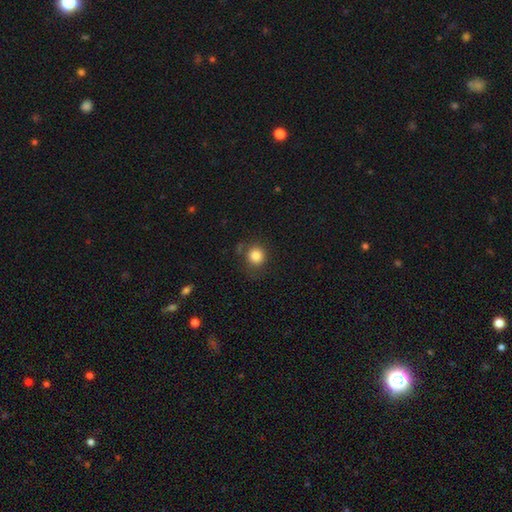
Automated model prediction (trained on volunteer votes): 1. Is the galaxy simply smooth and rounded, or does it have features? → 84% smooth, 11% star or artifact, 5% featured or disk.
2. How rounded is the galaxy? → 90% round, 9% in between, 1% cigar-shaped.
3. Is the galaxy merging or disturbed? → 76% none, 14% minor disturbance, 5% major disturbance, 4% merger.